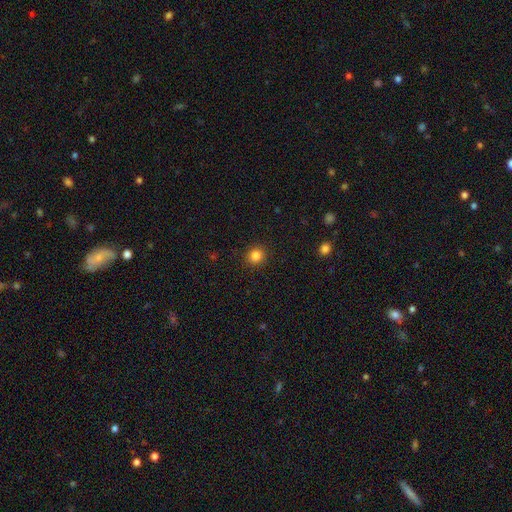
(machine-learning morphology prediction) Smooth or featured? smooth (84%)
How rounded? round (86%)
Merging? none (91%)